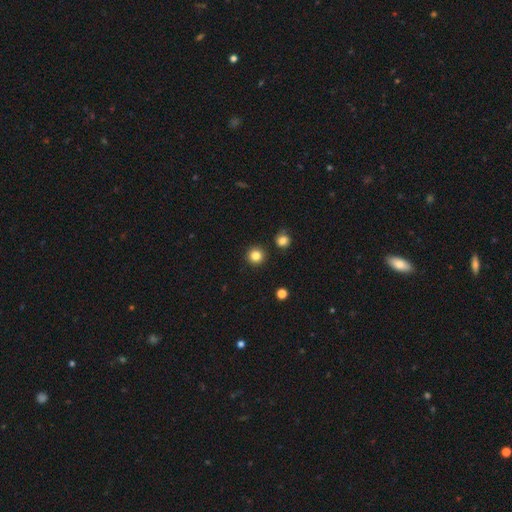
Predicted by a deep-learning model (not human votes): The model was most divided on "smooth or featured": smooth: 84%, star or artifact: 11%, featured or disk: 5%. More confident: how rounded — round (95%); merging — none (91%).